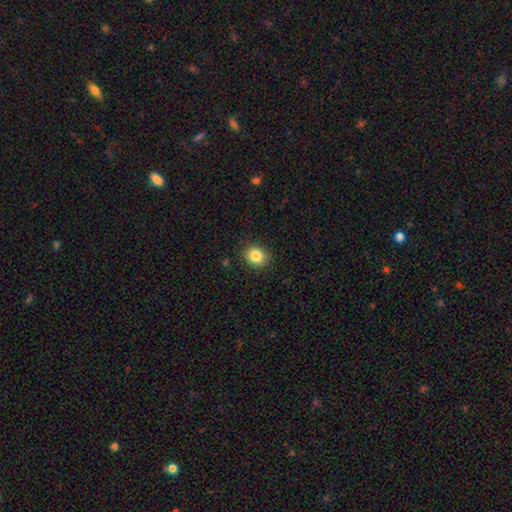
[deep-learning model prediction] A smooth galaxy with no disk features (85%) that is round (70%). Merging: none (89%).